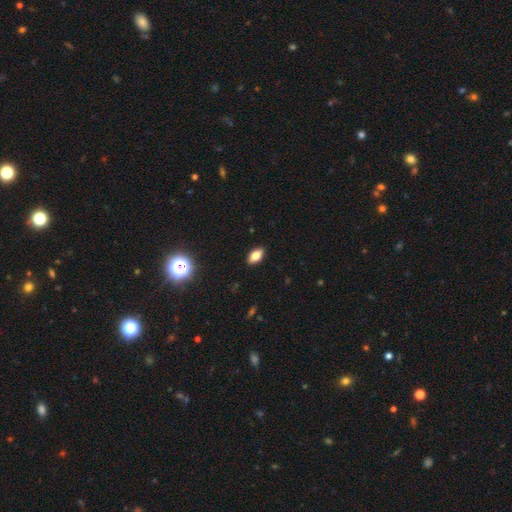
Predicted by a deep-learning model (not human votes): Smooth or featured: smooth — 78% (featured or disk — 11%)
How rounded: in between — 89% (round — 7%)
Merging: none — 89% (minor disturbance — 8%)